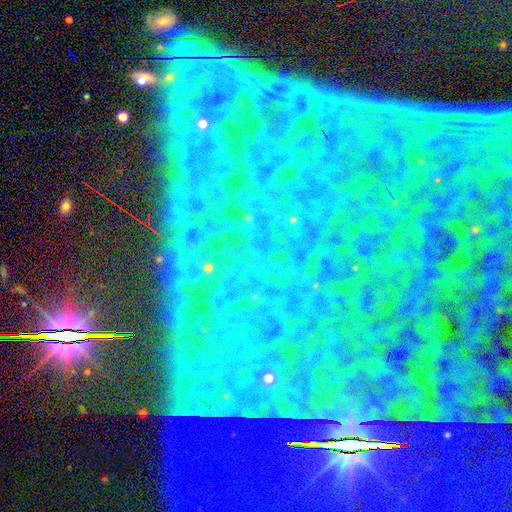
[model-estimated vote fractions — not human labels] Morphology: type=star or artifact (87%).